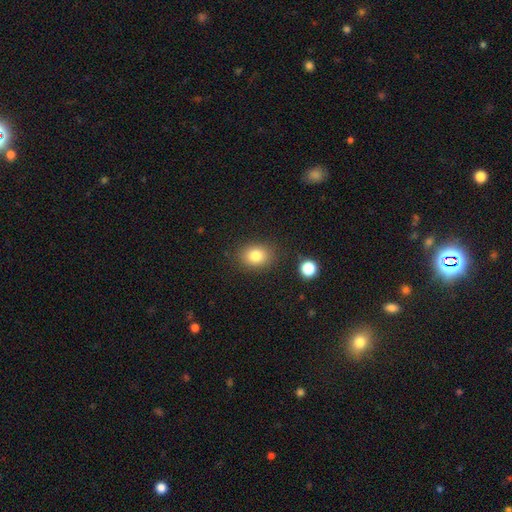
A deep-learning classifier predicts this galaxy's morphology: A smooth galaxy with no disk features (82%) that is in between round and cigar-shaped (51%).

Vote fractions:
- Smooth or featured? smooth: 82% / star or artifact: 11% / featured or disk: 7%
- How rounded? in between: 51% / round: 48% / cigar-shaped: 1%
- Merging? none: 84% / minor disturbance: 10% / major disturbance: 3% / merger: 2%